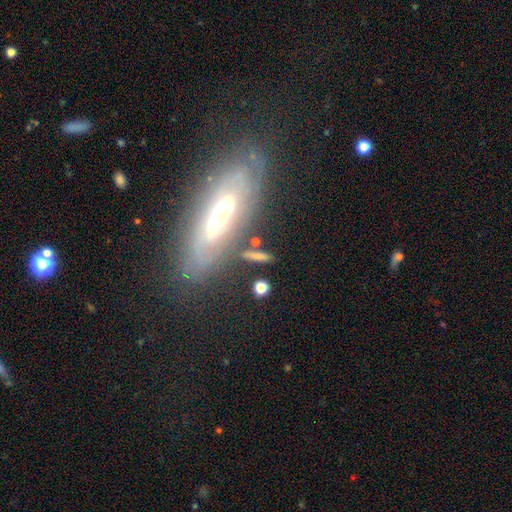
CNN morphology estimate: Smooth or featured: featured or disk — 61% (smooth — 29%)
Edge-on disk: no — 63% (yes — 37%)
Merging: none — 69% (minor disturbance — 17%)